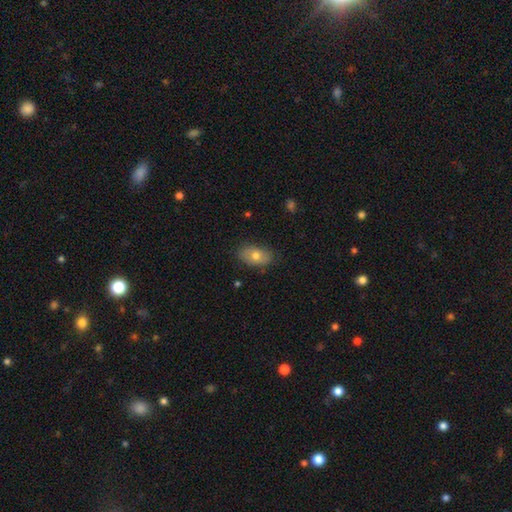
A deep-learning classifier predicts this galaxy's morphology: A smooth galaxy with no disk features (71%) that is in between round and cigar-shaped (87%). Merging: none (80%).